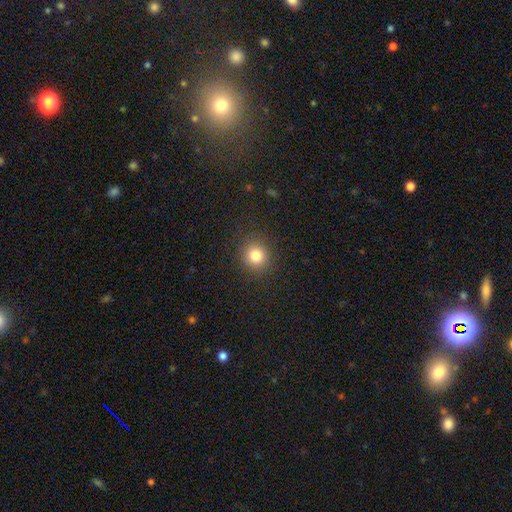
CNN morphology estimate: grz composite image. It shows a smooth galaxy with no disk features (82%) that is round (91%). Merging: none (90%).